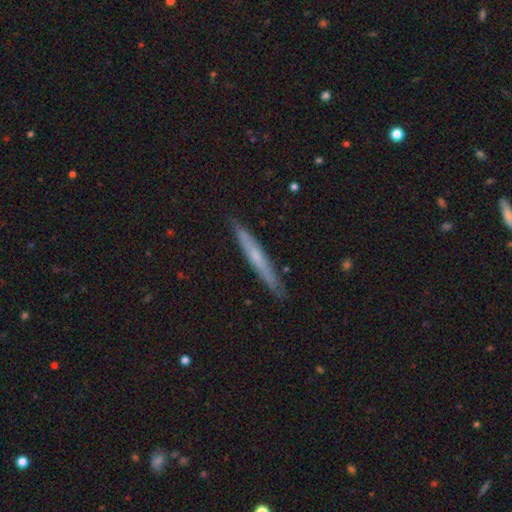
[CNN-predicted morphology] A featured or disk galaxy (52%) viewed edge-on (94%). Merging: none (89%).